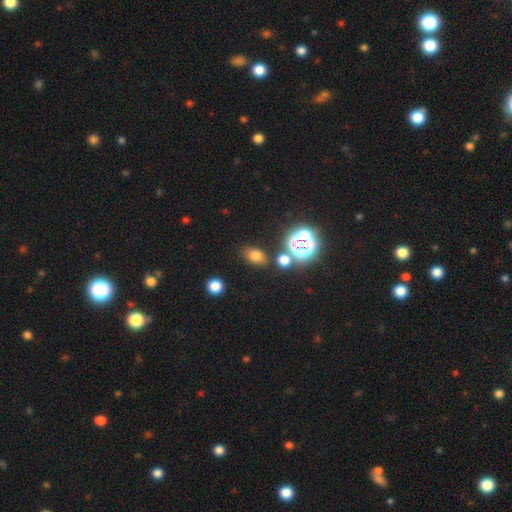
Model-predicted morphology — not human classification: smooth-or-featured: smooth: 68% | star or artifact: 23% | featured or disk: 9%
  how-rounded: in between: 76% | round: 22% | cigar-shaped: 2%
  merging: none: 79% | minor disturbance: 10% | merger: 7% | major disturbance: 4%